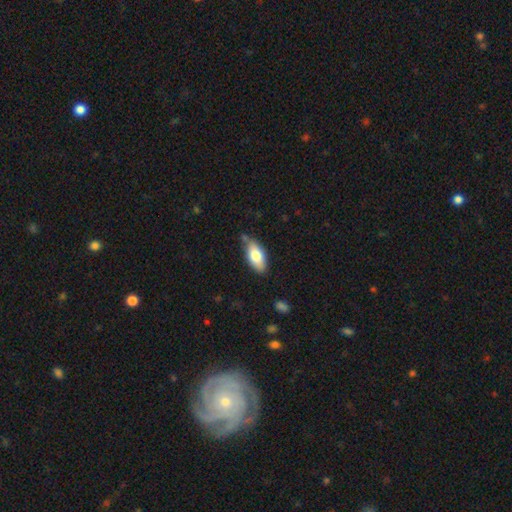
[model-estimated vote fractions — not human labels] Morphology: type=smooth (76%); roundness=in between (87%); merging=none (74%).